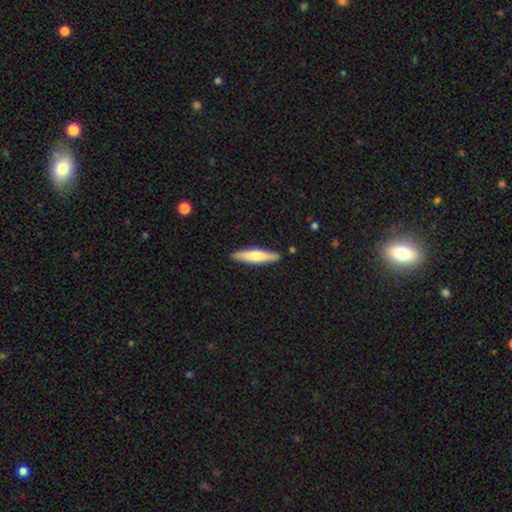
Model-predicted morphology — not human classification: A smooth galaxy with no disk features (59%) that is cigar-shaped (86%).

Vote fractions:
- Smooth or featured? smooth: 59% / featured or disk: 36% / star or artifact: 5%
- How rounded? cigar-shaped: 86% / in between: 13% / round: 1%
- Merging? none: 88% / minor disturbance: 8% / merger: 2% / major disturbance: 2%